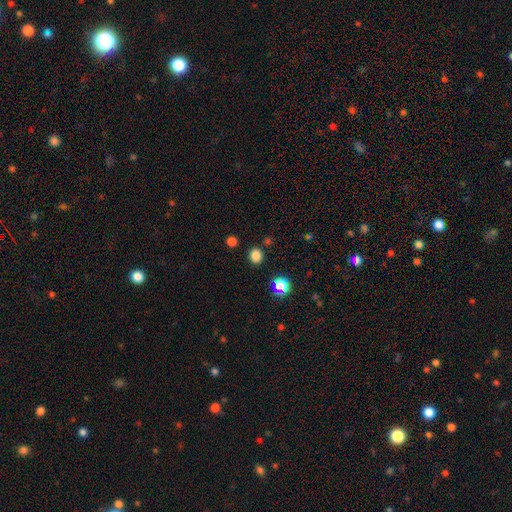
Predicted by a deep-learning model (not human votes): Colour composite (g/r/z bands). It shows a smooth galaxy with no disk features (82%) that is round (78%). Merging: none (88%).